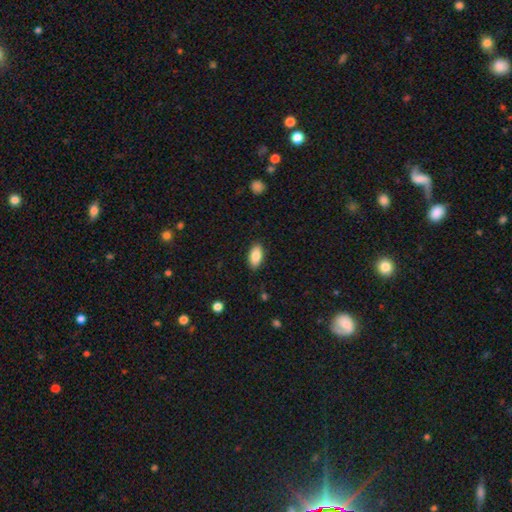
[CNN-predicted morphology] A smooth galaxy with no disk features (86%) that is in between round and cigar-shaped (91%). Merging: none (86%).